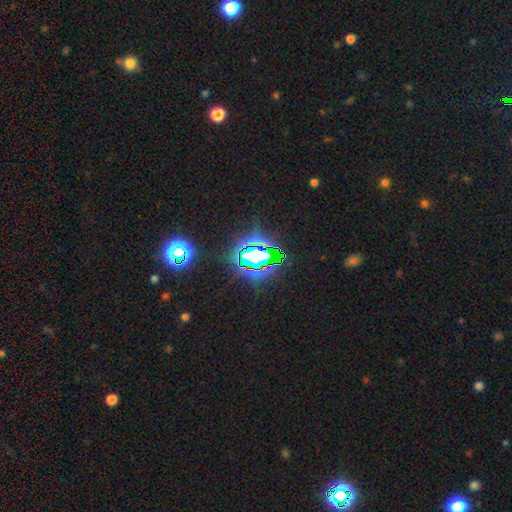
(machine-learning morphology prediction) Smooth or featured? star or artifact (75%)